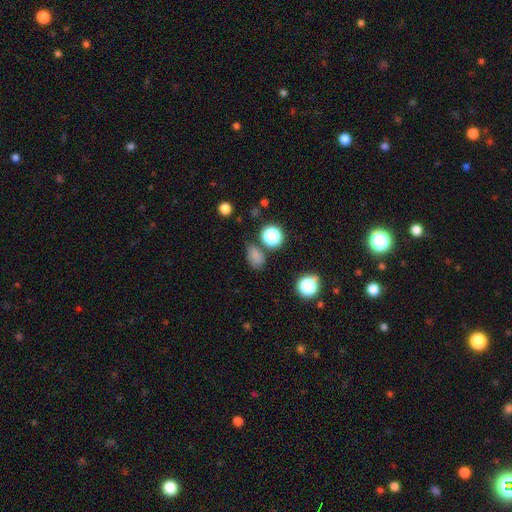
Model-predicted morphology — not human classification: This appears to be a smooth galaxy with no disk features (71%) that is in between round and cigar-shaped (67%). Merging: none (65%).